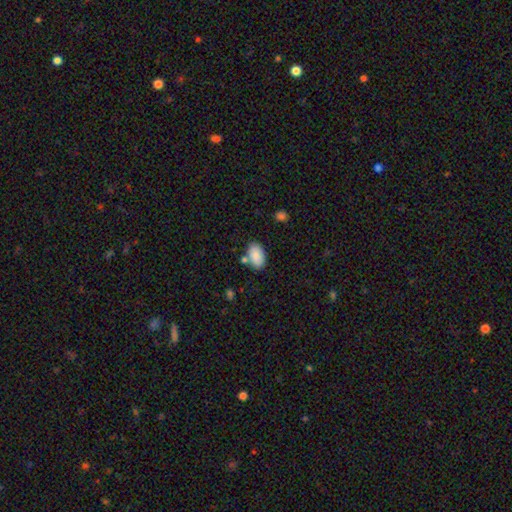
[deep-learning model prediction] smooth-or-featured: smooth: 89% | star or artifact: 7% | featured or disk: 5%
  how-rounded: in between: 93% | round: 5% | cigar-shaped: 1%
  merging: none: 75% | minor disturbance: 13% | merger: 9% | major disturbance: 3%